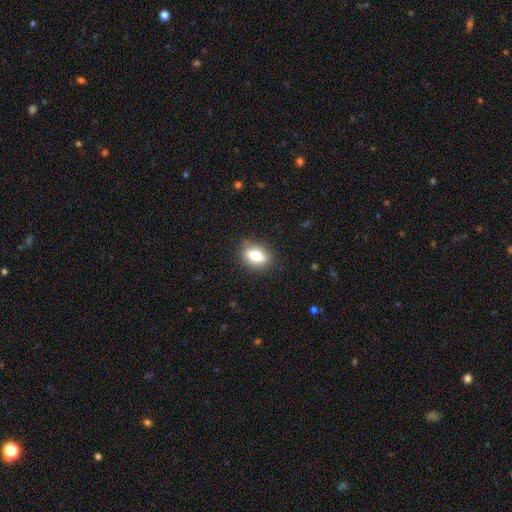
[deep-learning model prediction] smooth 75%, featured or disk 16%, star or artifact 8%. Down the decision tree: how rounded — in between (76%); merging — none (85%).